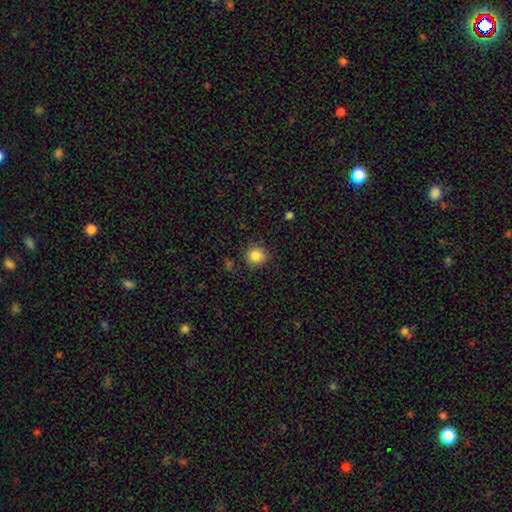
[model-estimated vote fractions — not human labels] The model was most divided on "smooth or featured": smooth: 85%, star or artifact: 10%, featured or disk: 4%. More confident: how rounded — round (91%); merging — none (86%).